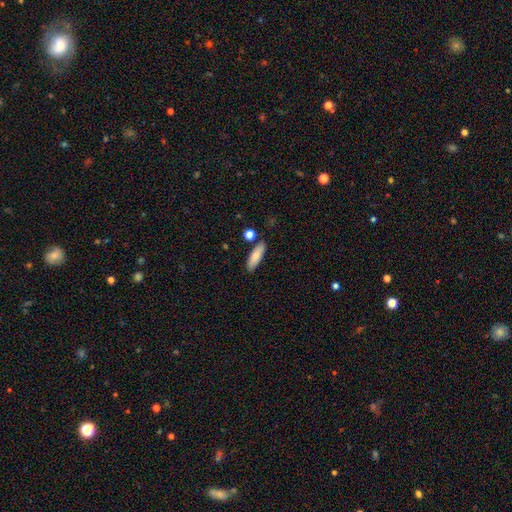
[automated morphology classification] Overall: smooth (83%). How rounded: in between (53%; cigar-shaped 44%). Merging: none (83%).